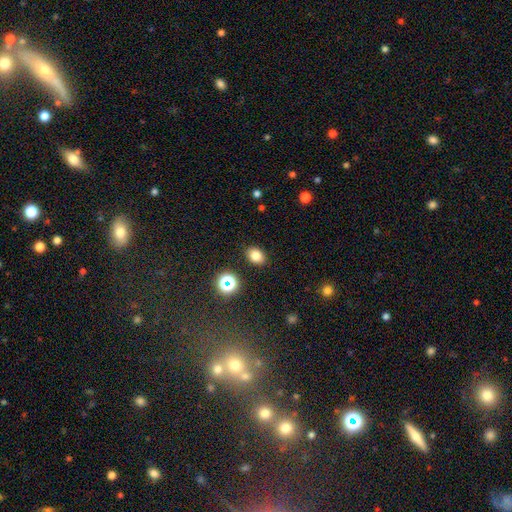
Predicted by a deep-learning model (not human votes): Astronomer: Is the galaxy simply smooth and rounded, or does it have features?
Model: smooth — 79%.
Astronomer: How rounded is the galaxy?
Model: in between — 69%.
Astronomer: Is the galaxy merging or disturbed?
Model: none — 87%.